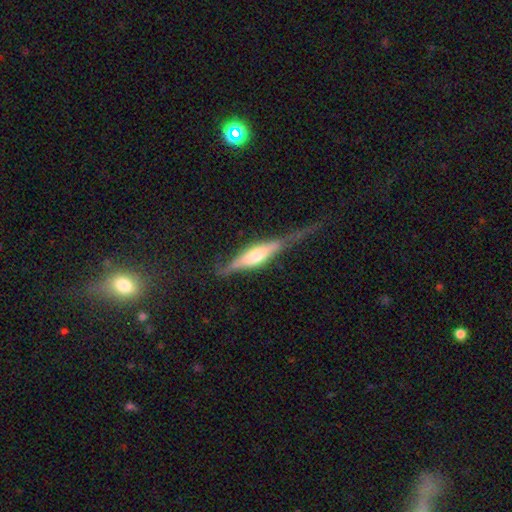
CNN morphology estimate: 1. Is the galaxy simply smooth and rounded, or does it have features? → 65% featured or disk, 29% smooth, 6% star or artifact.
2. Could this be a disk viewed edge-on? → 91% yes, 9% no.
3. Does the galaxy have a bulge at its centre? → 67% rounded, 25% boxy, 8% none.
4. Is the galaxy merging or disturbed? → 50% none, 27% minor disturbance, 20% major disturbance, 3% merger.